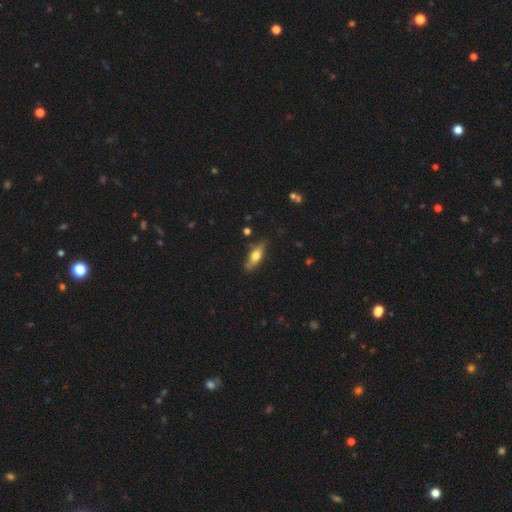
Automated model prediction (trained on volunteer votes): Smooth or featured: smooth — 55% (featured or disk — 38%)
How rounded: in between — 56% (cigar-shaped — 41%)
Merging: none — 76% (minor disturbance — 18%)